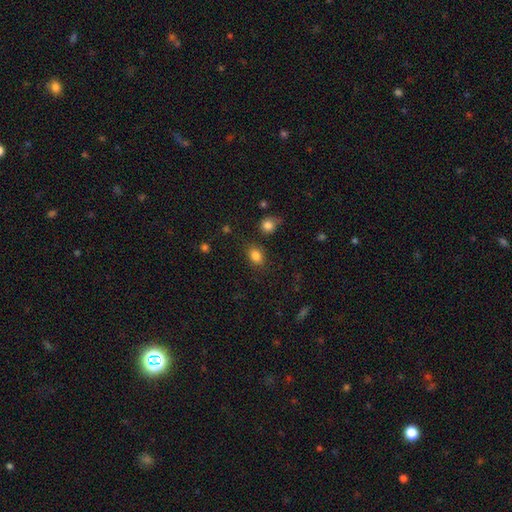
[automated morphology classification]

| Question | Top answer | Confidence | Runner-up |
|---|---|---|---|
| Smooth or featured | smooth | 83% | star or artifact (11%) |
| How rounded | in between | 69% | round (30%) |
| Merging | none | 77% | minor disturbance (13%) |